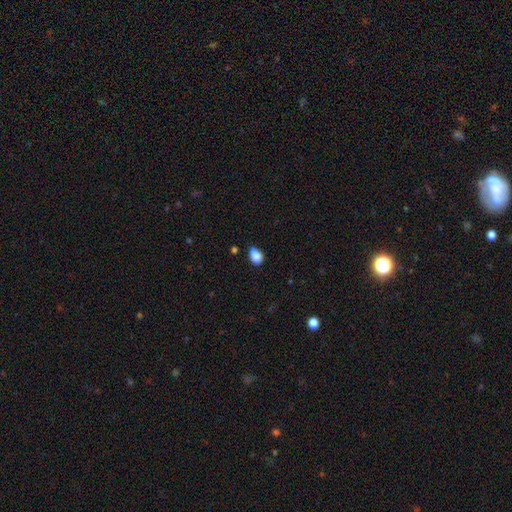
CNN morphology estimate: The model was most divided on "merging": none: 50%, minor disturbance: 36%, major disturbance: 8%, merger: 7%. More confident: smooth or featured — smooth (84%); how rounded — in between (76%).